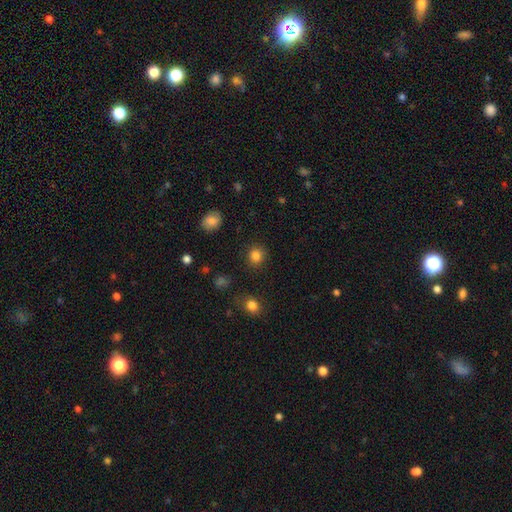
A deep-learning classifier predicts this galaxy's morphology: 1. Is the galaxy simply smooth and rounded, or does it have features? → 84% smooth, 11% star or artifact, 4% featured or disk.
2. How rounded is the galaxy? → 82% round, 17% in between, 1% cigar-shaped.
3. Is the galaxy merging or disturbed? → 88% none, 8% minor disturbance, 3% major disturbance, 2% merger.